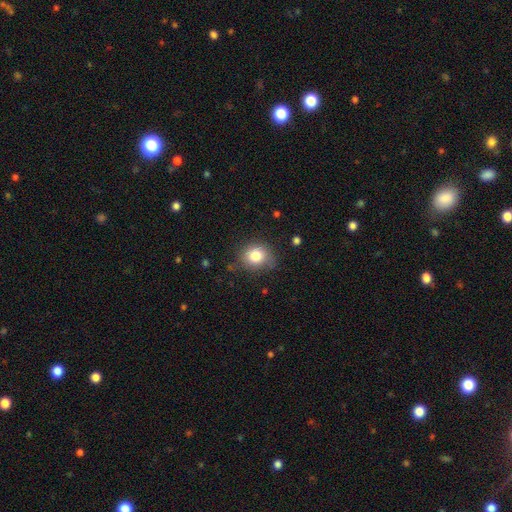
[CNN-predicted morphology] Overall: smooth (81%). How rounded: round (73%). Merging: none (74%).